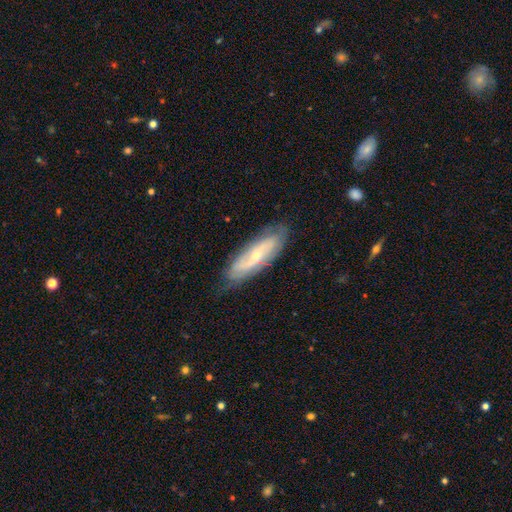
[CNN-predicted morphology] A featured or disk galaxy (65%). Merging: none (76%).